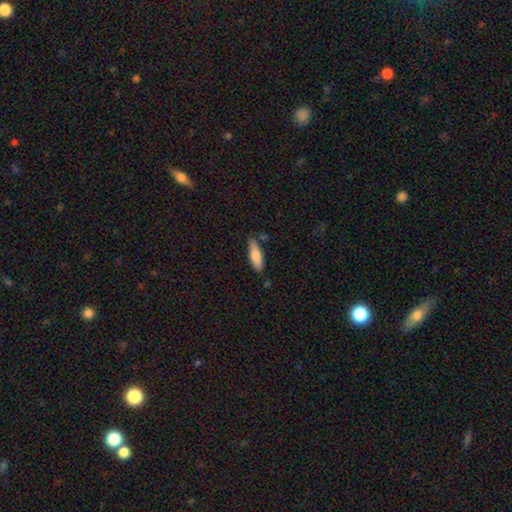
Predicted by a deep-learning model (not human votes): Smooth or featured: smooth — 77% (featured or disk — 17%)
How rounded: cigar-shaped — 53% (in between — 46%)
Merging: none — 75% (minor disturbance — 18%)